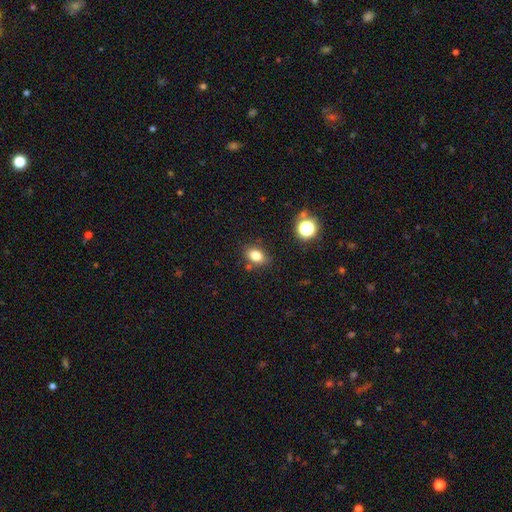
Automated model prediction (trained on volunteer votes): Smooth or featured: smooth — 81% (star or artifact — 12%)
How rounded: in between — 74% (round — 25%)
Merging: none — 80% (minor disturbance — 12%)